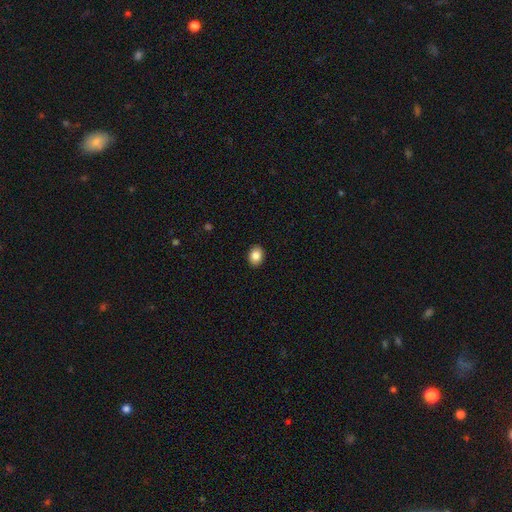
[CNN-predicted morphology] smooth 85%, star or artifact 8%, featured or disk 7%. Down the decision tree: how rounded — in between (61%); merging — none (91%).